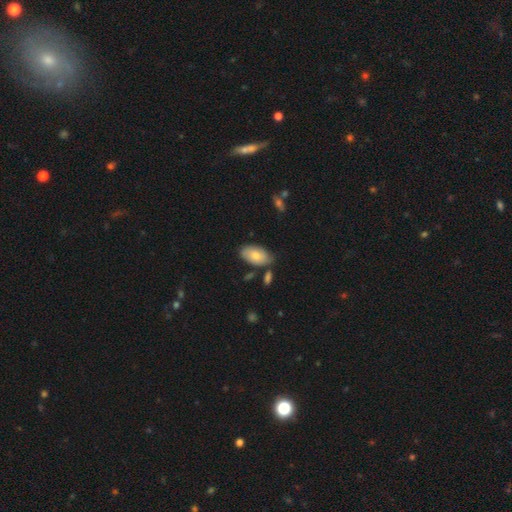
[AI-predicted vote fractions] Smooth or featured? Predicted: smooth (p=0.76). How rounded? Predicted: in between (p=0.94). Merging? Predicted: none (p=0.69).